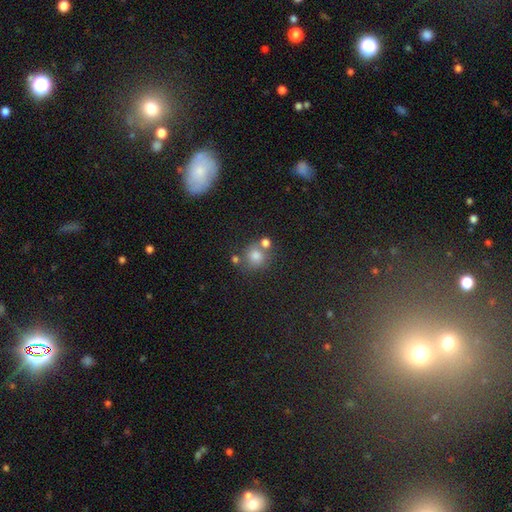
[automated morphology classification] Smooth or featured? smooth (75%)
How rounded? round (86%)
Merging? none (62%)